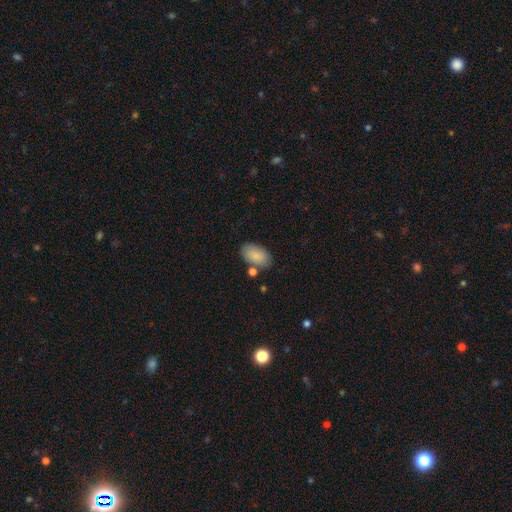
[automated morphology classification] smooth 87%, featured or disk 7%, star or artifact 7%. Down the decision tree: how rounded — in between (93%); merging — none (72%).